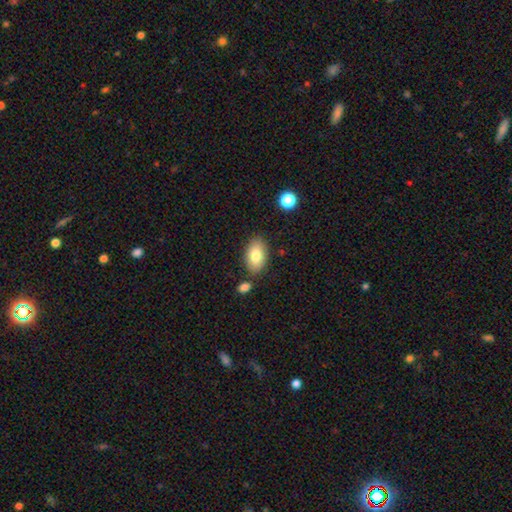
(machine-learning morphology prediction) Smooth or featured? smooth (81%)
How rounded? in between (93%)
Merging? none (80%)